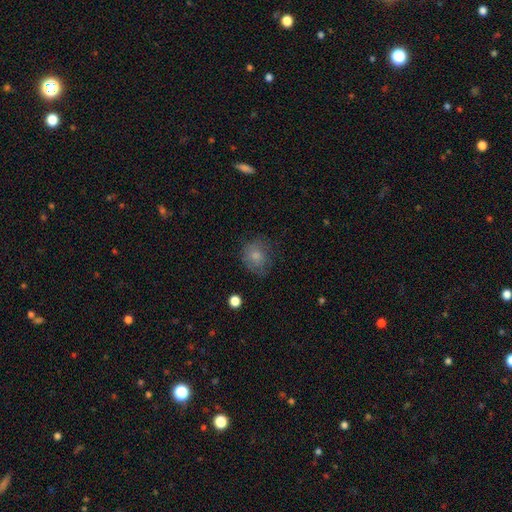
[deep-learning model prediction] This is likely a smooth galaxy (76%). How rounded: likely round (72%). Merging: likely none (65%).